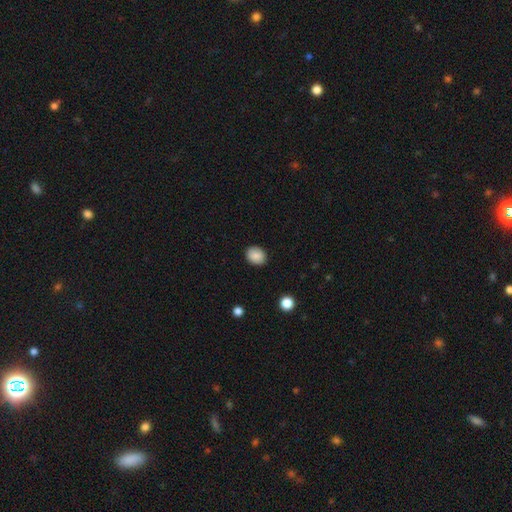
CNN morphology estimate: This is clearly a smooth galaxy (88%). How rounded: possibly round (55%). Merging: clearly none (89%).